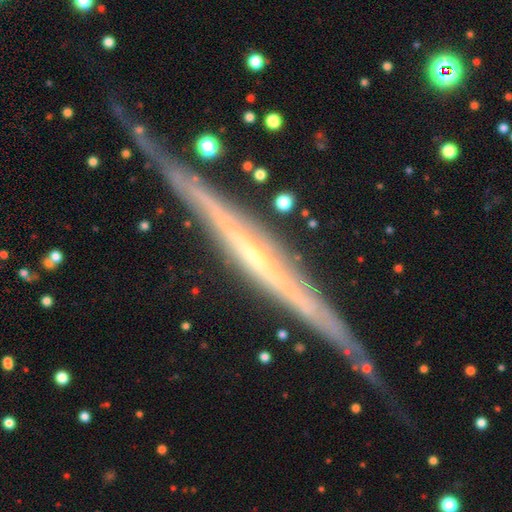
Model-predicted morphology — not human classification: type=featured or disk (84%); edge-on=yes (95%); edge-on bulge=none (64%); merging=none (77%).